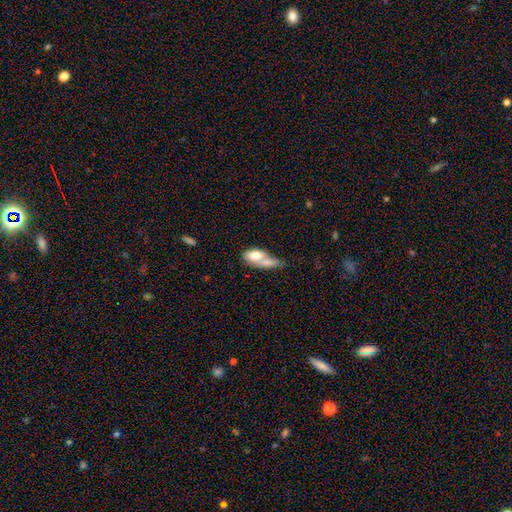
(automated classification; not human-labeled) Morphology: type=smooth (69%); roundness=in between (80%); merging=merger (49%).